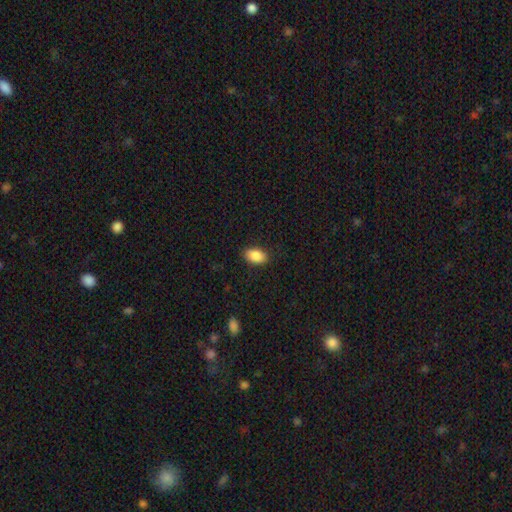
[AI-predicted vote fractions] Morphology: type=smooth (88%); roundness=in between (91%); merging=none (88%).